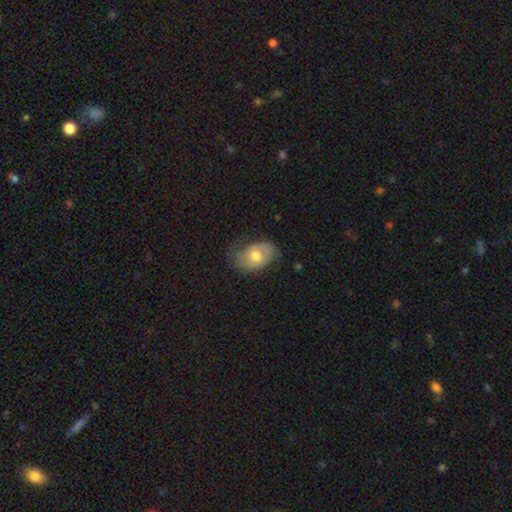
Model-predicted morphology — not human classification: smooth_or_featured: smooth (p=0.50) [alt: featured or disk p=0.43]
how_rounded: in between (p=0.80) [alt: round p=0.19]
merging: none (p=0.59) [alt: minor disturbance p=0.27]